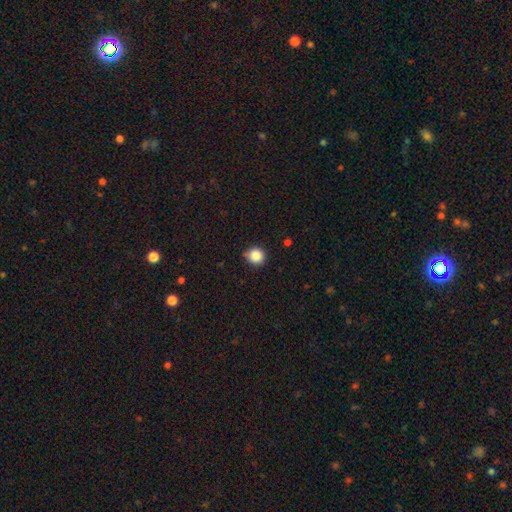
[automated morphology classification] smooth 85%, star or artifact 11%, featured or disk 4%. Down the decision tree: how rounded — round (92%); merging — none (81%).